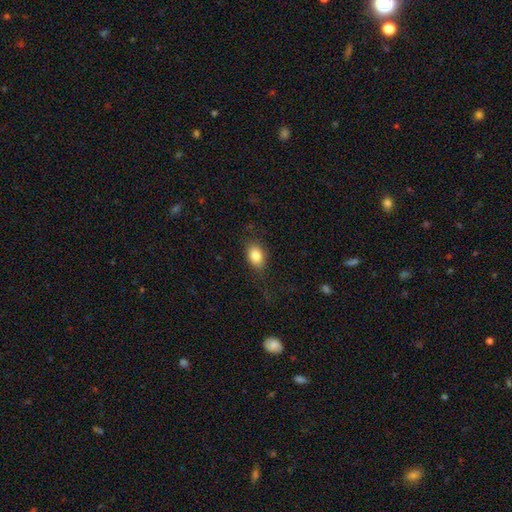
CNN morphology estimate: Q: Smooth or featured?
A: smooth (83%); runner-up: featured or disk (9%)
Q: How rounded?
A: in between (81%); runner-up: round (18%)
Q: Merging?
A: none (77%); runner-up: minor disturbance (15%)